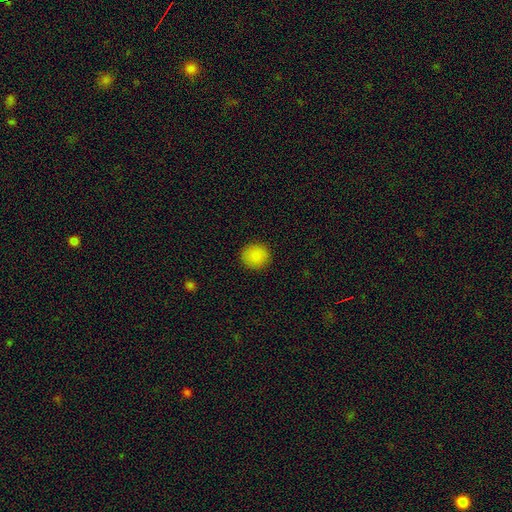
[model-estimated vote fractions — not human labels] Overall: smooth (87%). How rounded: round (90%). Merging: none (91%).